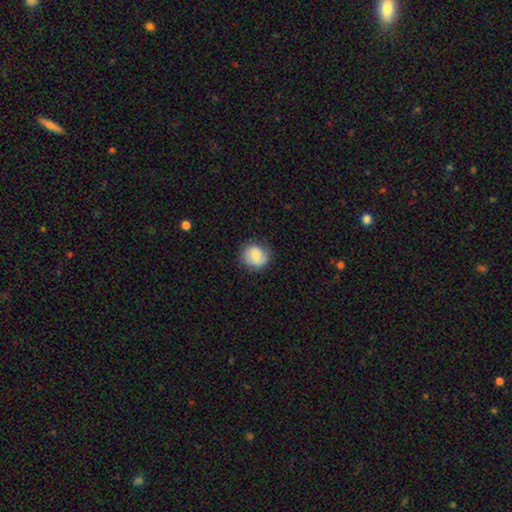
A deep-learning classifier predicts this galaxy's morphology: A smooth galaxy with no disk features (58%) that is round (85%). Merging: none (82%).